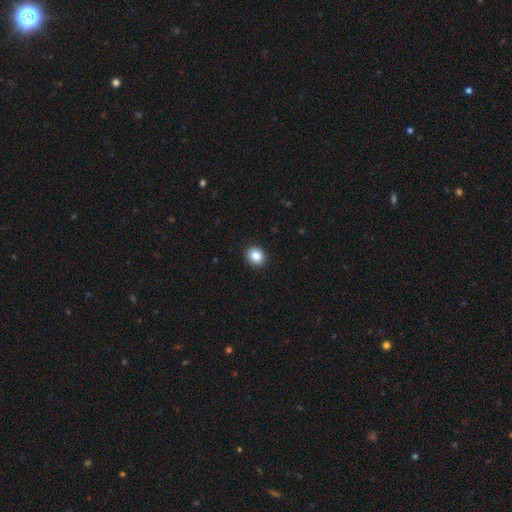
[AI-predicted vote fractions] This is clearly a smooth galaxy (87%). How rounded: likely round (72%). Merging: clearly none (91%).